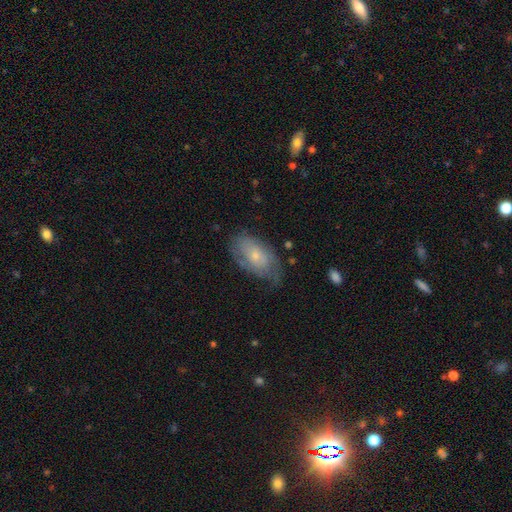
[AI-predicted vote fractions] Smooth or featured?
  - smooth: 47% *
  - featured or disk: 46%
  - star or artifact: 7%
Merging?
  - none: 54% *
  - minor disturbance: 31%
  - major disturbance: 14%
  - merger: 2%